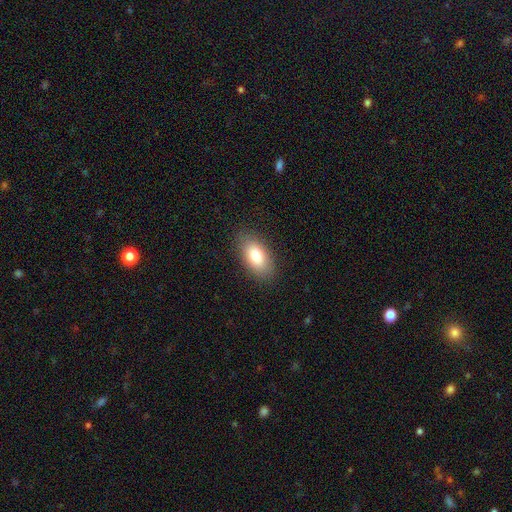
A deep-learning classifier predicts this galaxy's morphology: Smooth or featured? Predicted: smooth (p=0.79). How rounded? Predicted: in between (p=0.91). Merging? Predicted: none (p=0.86).